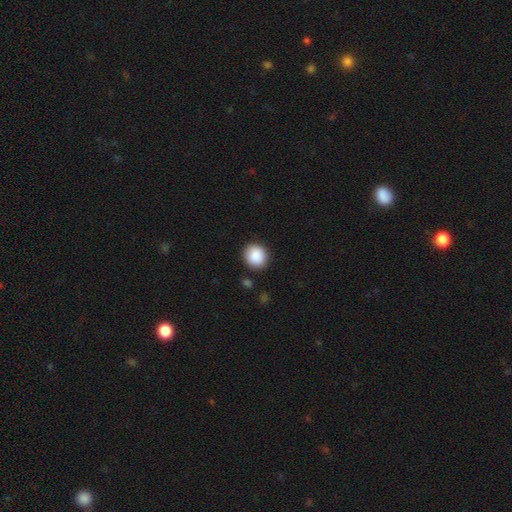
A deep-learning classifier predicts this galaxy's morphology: Smooth or featured? smooth (89%)
How rounded? round (83%)
Merging? none (89%)